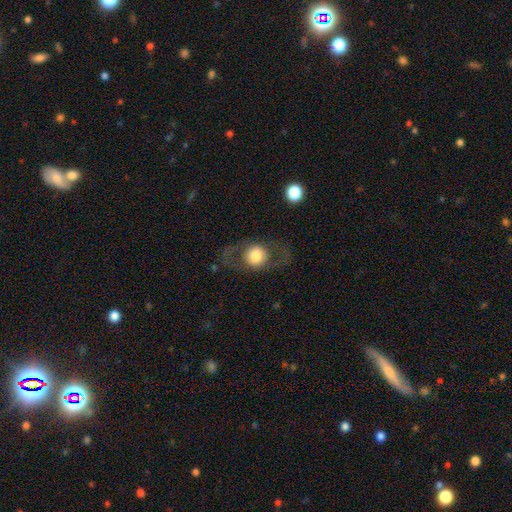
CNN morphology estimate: This is possibly a smooth galaxy (58%). How rounded: likely round (71%). Merging: likely none (73%).